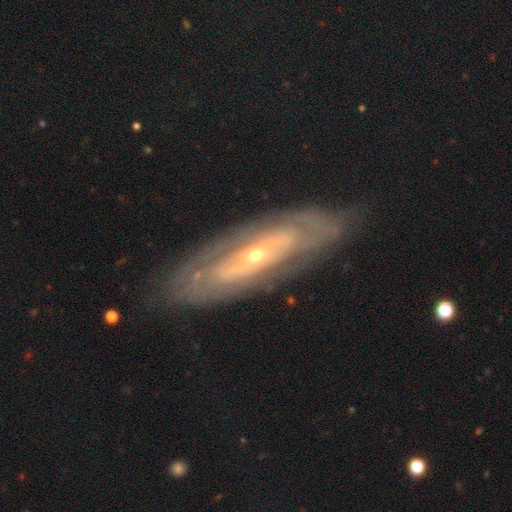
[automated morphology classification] Smooth or featured? Predicted: featured or disk (p=0.80). Edge-on disk? Predicted: no (p=0.79). Bar? Predicted: no (p=0.72). Spiral arms? Predicted: yes (p=0.61). Bulge size? Predicted: small (p=0.65). Merging? Predicted: none (p=0.77).